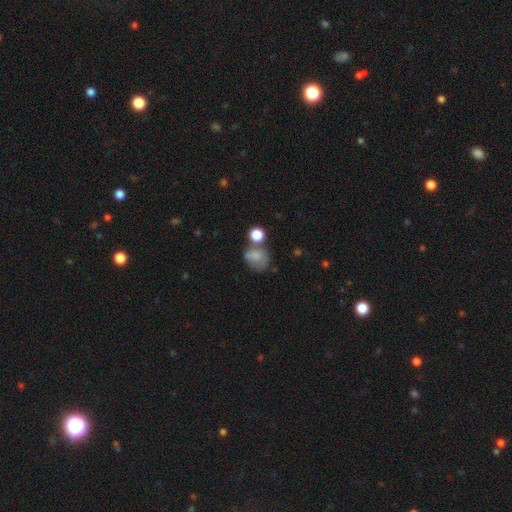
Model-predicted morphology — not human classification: This is likely a smooth galaxy (74%). How rounded: possibly round (59%). Merging: marginally none (40%).